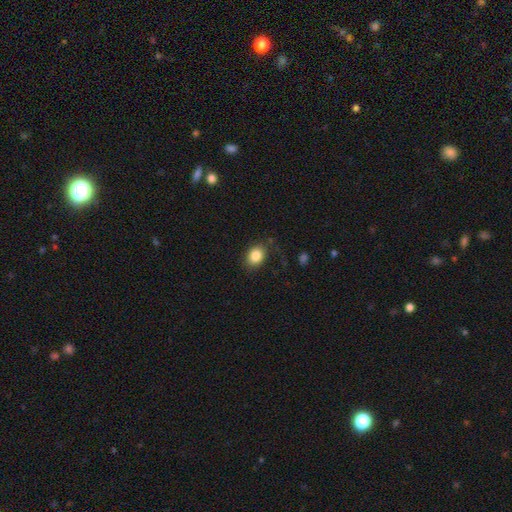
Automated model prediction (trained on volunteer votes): Smooth or featured?
  - smooth: 85% *
  - star or artifact: 9%
  - featured or disk: 6%
How rounded?
  - in between: 64% *
  - round: 35%
  - cigar-shaped: 1%
Merging?
  - none: 80% *
  - minor disturbance: 14%
  - major disturbance: 5%
  - merger: 2%